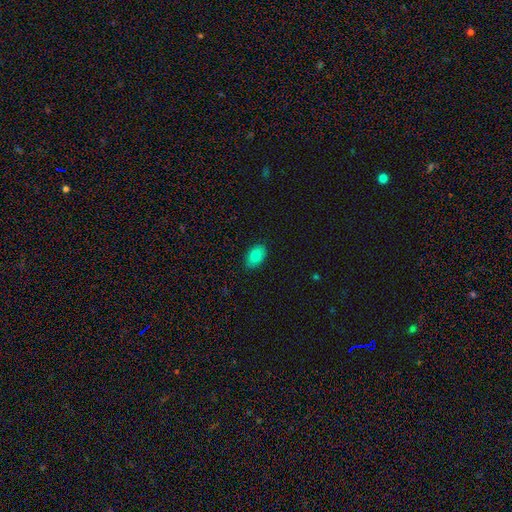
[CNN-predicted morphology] Smooth or featured? Predicted: smooth (p=0.83). How rounded? Predicted: in between (p=0.90). Merging? Predicted: none (p=0.88).